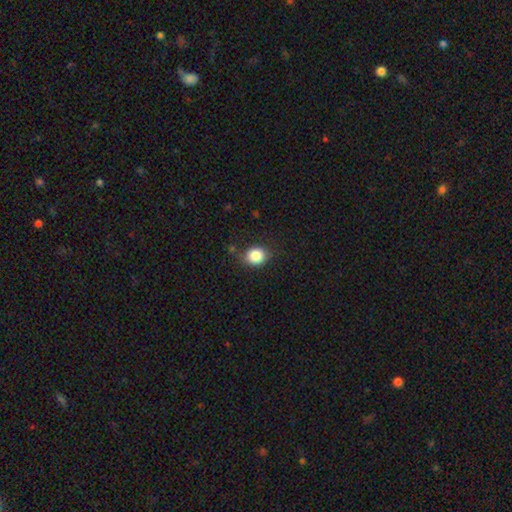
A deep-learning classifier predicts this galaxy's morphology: Smooth or featured? Predicted: smooth (p=0.85). How rounded? Predicted: round (p=0.70). Merging? Predicted: none (p=0.75).